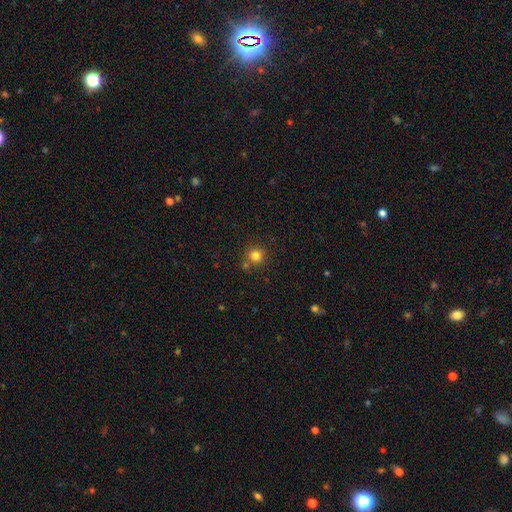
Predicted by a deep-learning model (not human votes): A smooth galaxy with no disk features (81%) that is round (91%).

Vote fractions:
- Smooth or featured? smooth: 81% / star or artifact: 13% / featured or disk: 6%
- How rounded? round: 91% / in between: 8% / cigar-shaped: 1%
- Merging? none: 76% / merger: 12% / minor disturbance: 9% / major disturbance: 3%